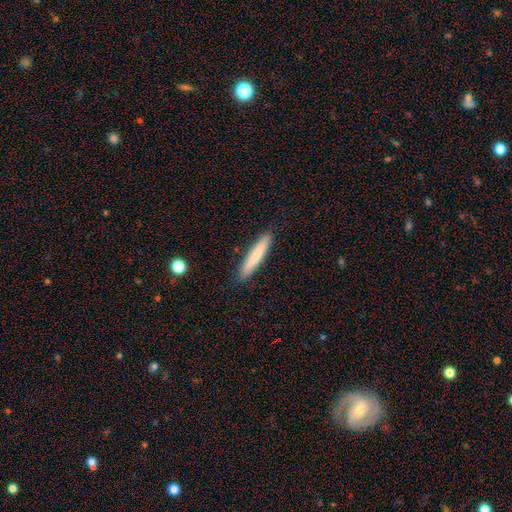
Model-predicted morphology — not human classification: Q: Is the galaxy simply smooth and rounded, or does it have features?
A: smooth — 76%.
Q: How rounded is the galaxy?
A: cigar-shaped — 93%.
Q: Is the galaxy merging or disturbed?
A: none — 89%.